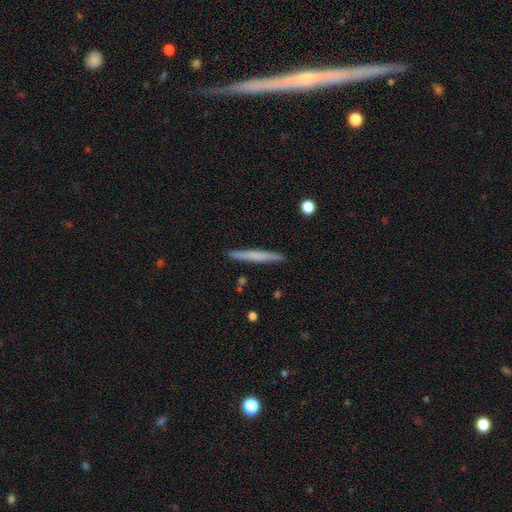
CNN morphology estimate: A smooth galaxy with no disk features (60%) that is cigar-shaped (96%).

Vote fractions:
- Smooth or featured? smooth: 60% / featured or disk: 35% / star or artifact: 6%
- How rounded? cigar-shaped: 96% / in between: 2% / round: 1%
- Merging? none: 91% / minor disturbance: 6% / merger: 1% / major disturbance: 1%